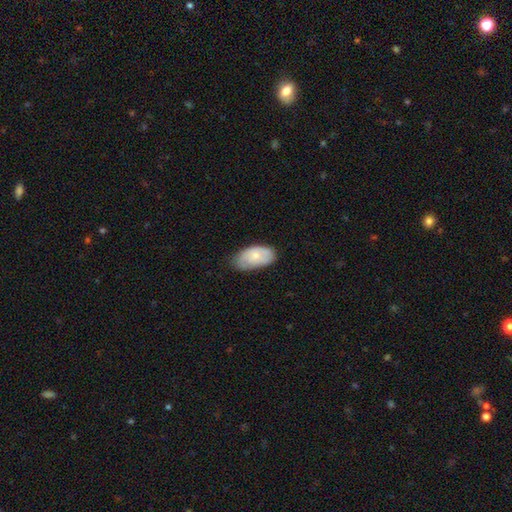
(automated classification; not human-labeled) Smooth or featured: smooth — 65% (featured or disk — 29%)
How rounded: in between — 94% (round — 4%)
Merging: none — 60% (minor disturbance — 33%)